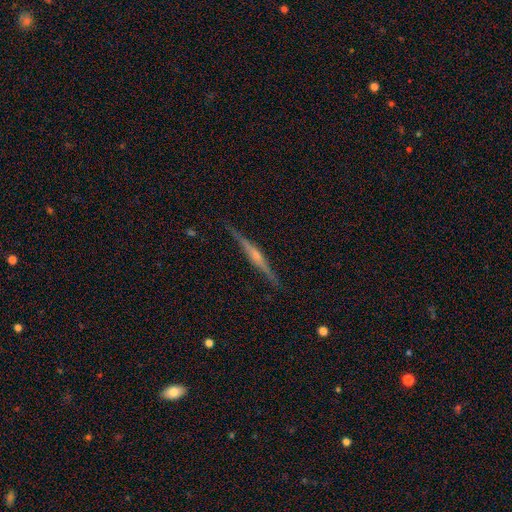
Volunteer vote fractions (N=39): smooth-or-featured: featured or disk: 87% | smooth: 10% | star or artifact: 3%
  disk-edge-on: yes: 100% | no: 0%
    edge-on-bulge: rounded: 62% | boxy: 24% | none: 15%
  merging: none: 84% | minor disturbance: 8% | major disturbance: 5% | merger: 3%